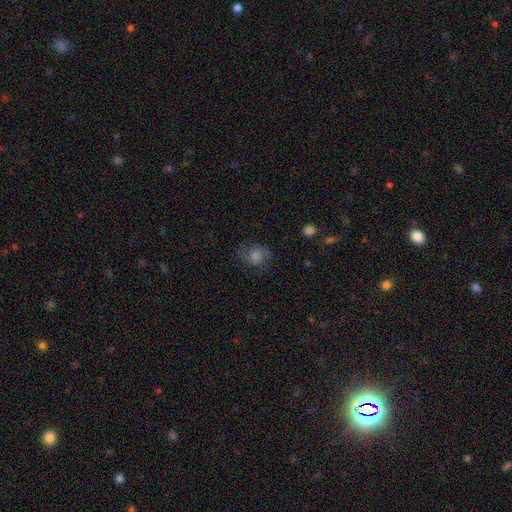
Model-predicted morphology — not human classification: This appears to be a featured or disk galaxy (62%) with no bar (67%), 2 (84%) medium (51%) spiral arms (92%) and a moderate central bulge (38%). Merging: none (75%).